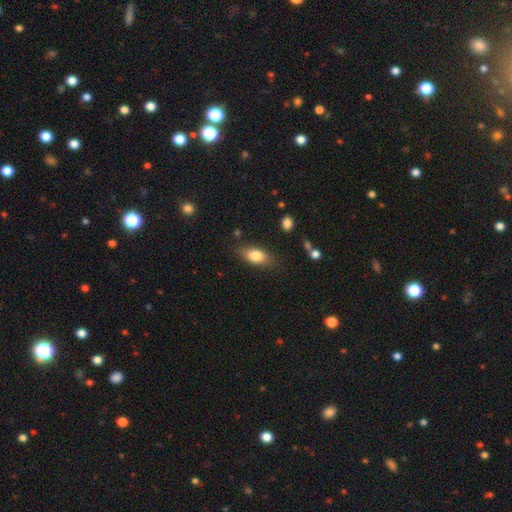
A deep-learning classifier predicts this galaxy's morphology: A smooth galaxy with no disk features (83%) that is in between round and cigar-shaped (86%).

Vote fractions:
- Smooth or featured? smooth: 83% / featured or disk: 10% / star or artifact: 7%
- How rounded? in between: 86% / cigar-shaped: 9% / round: 5%
- Merging? none: 79% / minor disturbance: 15% / major disturbance: 4% / merger: 2%